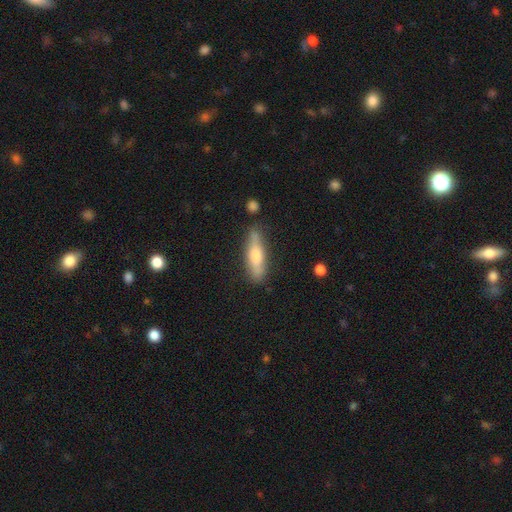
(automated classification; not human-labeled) This is possibly a smooth galaxy (59%). How rounded: likely cigar-shaped (68%). Merging: likely none (78%).